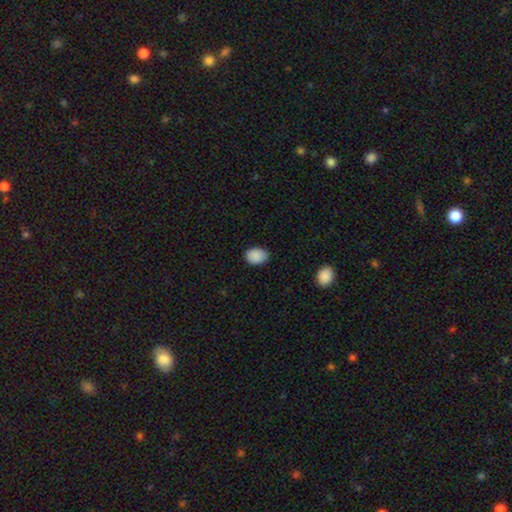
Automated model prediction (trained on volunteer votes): A smooth galaxy with no disk features (89%) that is in between round and cigar-shaped (72%). Merging: none (83%).